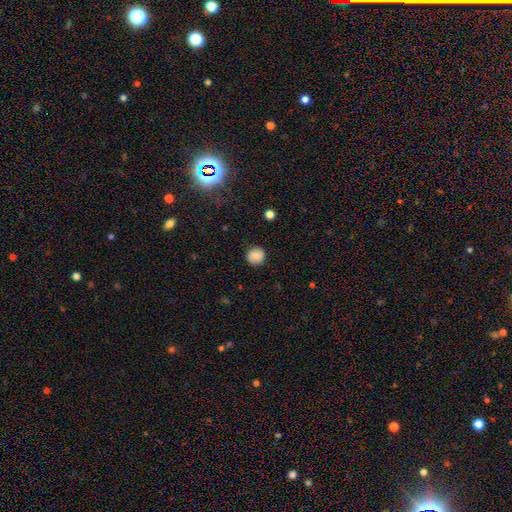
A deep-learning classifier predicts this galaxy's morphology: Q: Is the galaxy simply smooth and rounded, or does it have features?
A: smooth — 82%.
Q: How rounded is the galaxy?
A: round — 91%.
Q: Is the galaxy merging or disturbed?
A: none — 86%.